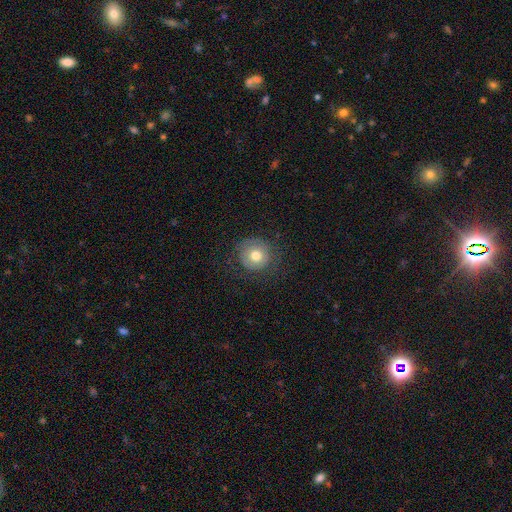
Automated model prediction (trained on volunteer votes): Morphology: type=smooth (69%); roundness=round (93%); merging=none (75%).